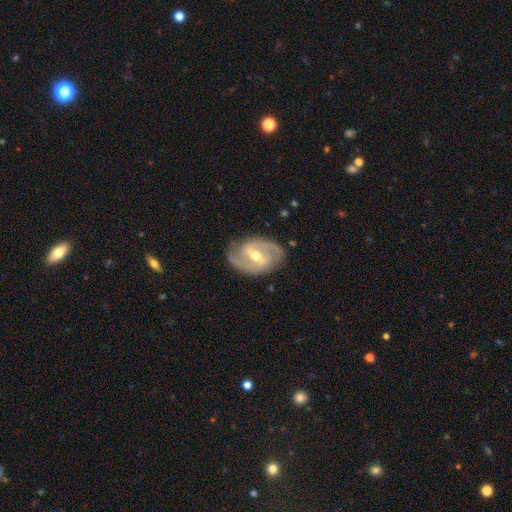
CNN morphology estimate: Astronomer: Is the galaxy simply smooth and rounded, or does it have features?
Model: featured or disk — 87%.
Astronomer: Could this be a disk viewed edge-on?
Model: no — 96%.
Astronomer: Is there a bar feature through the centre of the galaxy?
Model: weak — 44% (runner-up: strong, 43%).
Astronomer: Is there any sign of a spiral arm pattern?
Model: yes — 93%.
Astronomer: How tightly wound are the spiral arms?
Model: medium — 50% (runner-up: tight, 36%).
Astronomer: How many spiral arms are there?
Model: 2 — 88%.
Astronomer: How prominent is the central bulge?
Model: moderate — 66%.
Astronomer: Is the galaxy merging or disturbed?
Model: none — 80%.